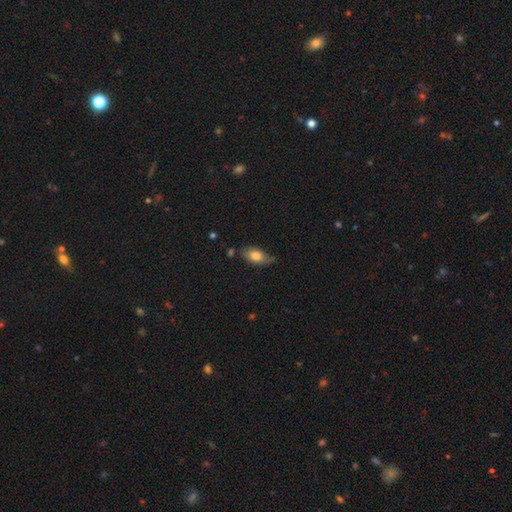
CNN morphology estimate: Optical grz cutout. It shows a smooth galaxy with no disk features (79%) that is in between round and cigar-shaped (88%). Merging: none (63%).